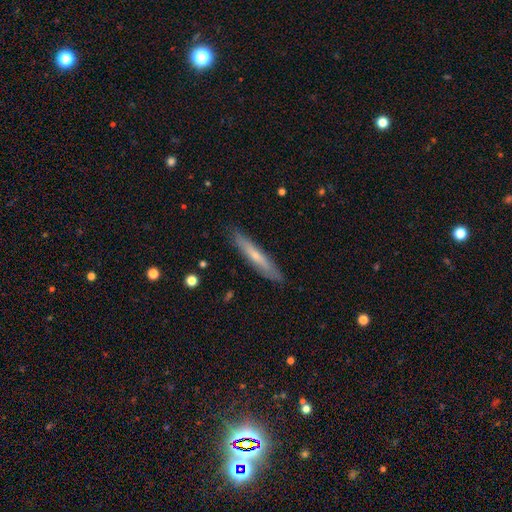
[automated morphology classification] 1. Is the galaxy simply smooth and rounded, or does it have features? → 50% smooth, 44% featured or disk, 6% star or artifact.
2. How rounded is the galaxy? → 93% cigar-shaped, 6% in between, 1% round.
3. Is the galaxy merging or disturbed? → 88% none, 9% minor disturbance, 2% major disturbance, 1% merger.